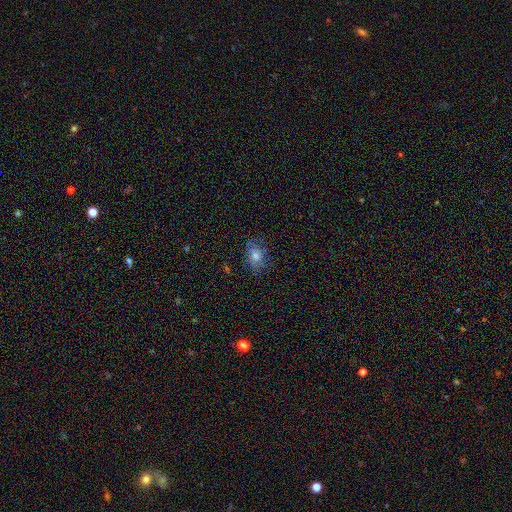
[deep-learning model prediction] The model was most divided on "how rounded": in between: 64%, round: 34%, cigar-shaped: 2%. More confident: merging — none (76%); smooth or featured — smooth (72%).